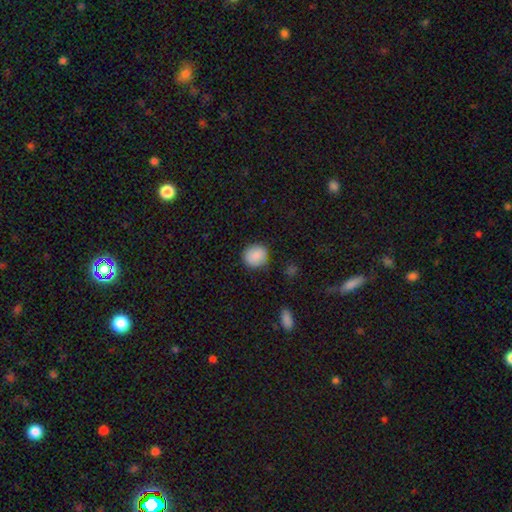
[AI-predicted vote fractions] The model was most divided on "merging": none: 85%, minor disturbance: 11%, major disturbance: 3%, merger: 1%. More confident: smooth or featured — smooth (88%); how rounded — round (88%).